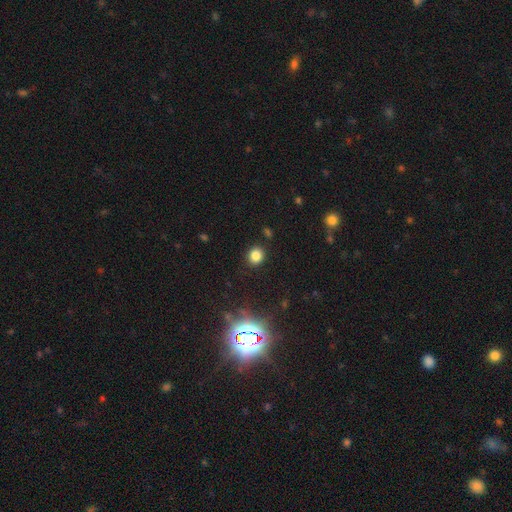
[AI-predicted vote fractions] Smooth or featured? Predicted: smooth (p=0.80). How rounded? Predicted: round (p=0.74). Merging? Predicted: none (p=0.88).